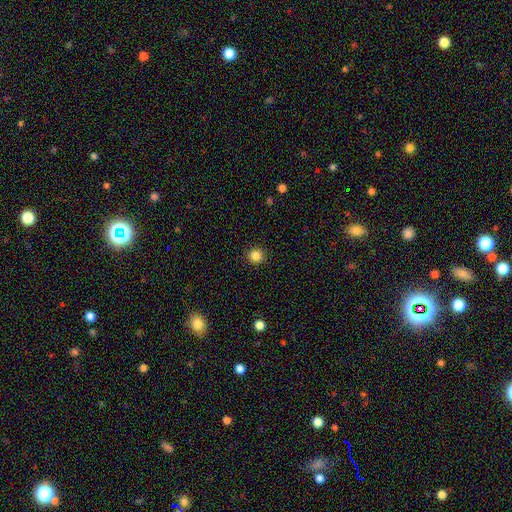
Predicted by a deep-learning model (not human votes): smooth 85%, star or artifact 12%, featured or disk 4%. Down the decision tree: how rounded — round (95%); merging — none (93%).